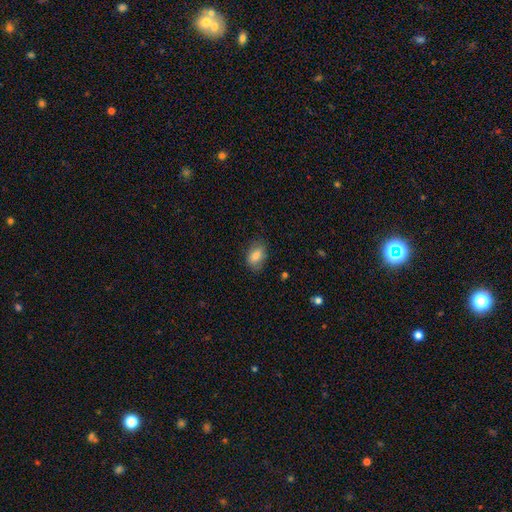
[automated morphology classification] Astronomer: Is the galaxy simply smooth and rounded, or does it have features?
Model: smooth — 82%.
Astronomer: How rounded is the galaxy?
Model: in between — 85%.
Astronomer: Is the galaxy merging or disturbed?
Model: none — 76%.